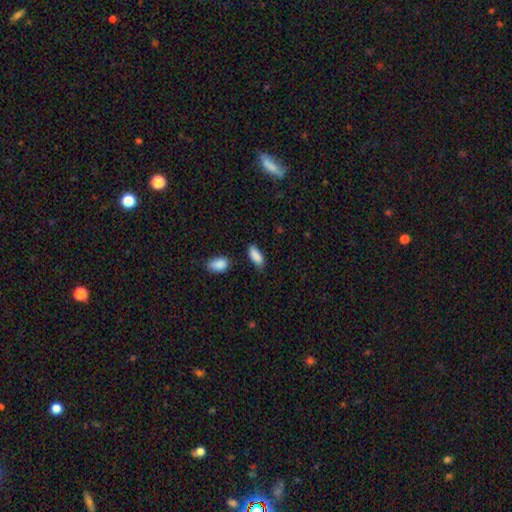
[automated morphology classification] Smooth or featured? smooth (89%)
How rounded? in between (85%)
Merging? none (70%)